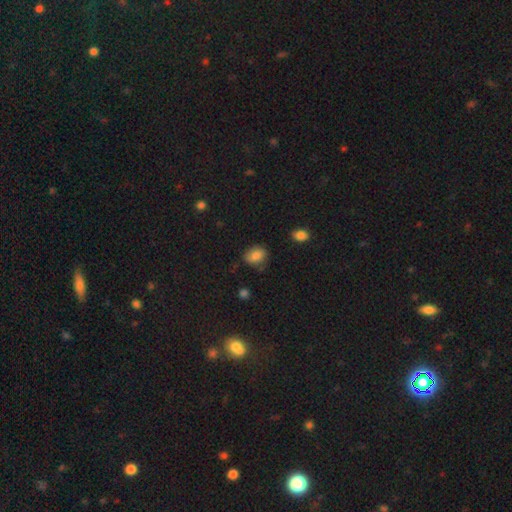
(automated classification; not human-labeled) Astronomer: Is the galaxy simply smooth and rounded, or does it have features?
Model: smooth — 85%.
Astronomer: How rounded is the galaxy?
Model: in between — 62%.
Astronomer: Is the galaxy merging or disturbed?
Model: none — 71%.